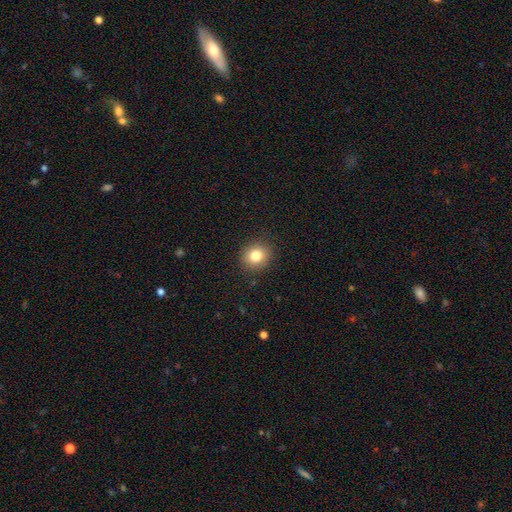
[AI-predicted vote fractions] A smooth galaxy with no disk features (81%) that is round (79%). Merging: none (90%).